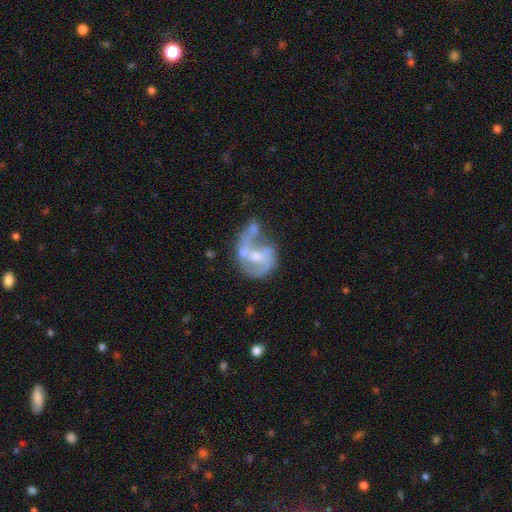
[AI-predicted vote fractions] Morphology: type=featured or disk (81%); edge-on=no (98%); bar=weak (48%); spiral arms=yes (86%); winding=medium (46%); arm count=2 (75%); bulge=moderate (48%); merging=none (34%).